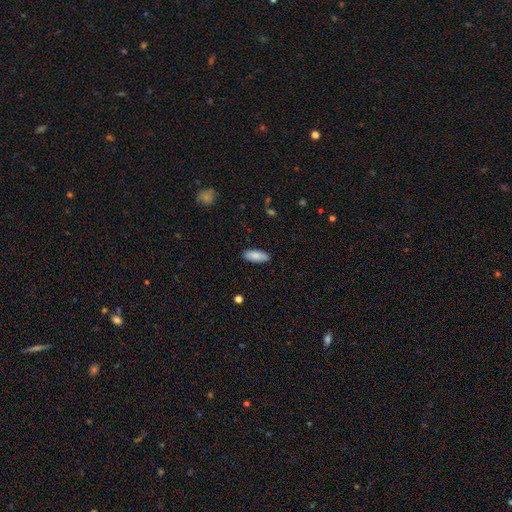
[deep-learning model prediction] This appears to be a smooth galaxy with no disk features (86%) that is in between round and cigar-shaped (81%). Merging: none (88%).